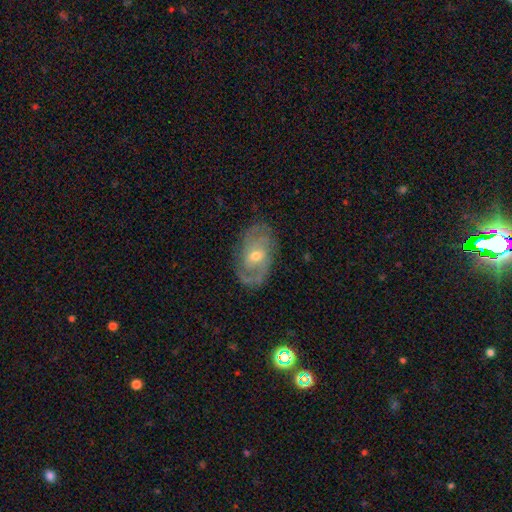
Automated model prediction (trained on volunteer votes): The model was most divided on "spiral winding": tight: 46%, medium: 40%, loose: 14%. More confident: edge-on disk — no (95%); spiral arms — yes (91%); smooth or featured — featured or disk (80%); merging — none (76%); bulge size — moderate (55%); bar — no (54%); spiral arm count — 2 (50%).